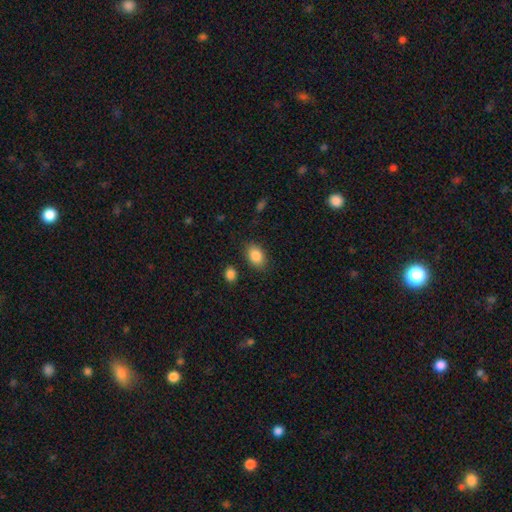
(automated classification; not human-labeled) The model was most divided on "how rounded": in between: 81%, round: 18%, cigar-shaped: 1%. More confident: smooth or featured — smooth (86%); merging — none (82%).